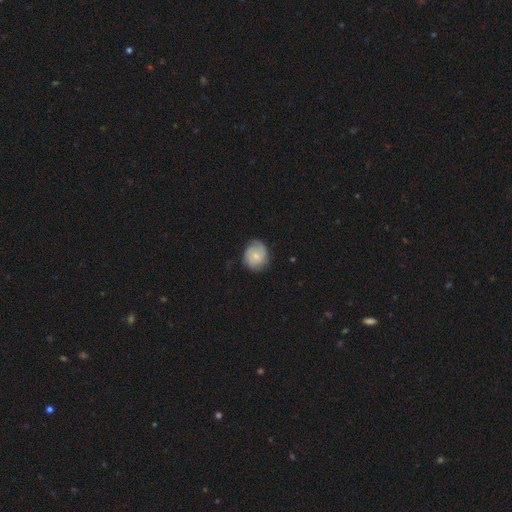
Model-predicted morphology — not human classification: Smooth or featured: smooth — 47% (featured or disk — 46%)
Merging: none — 73% (minor disturbance — 21%)